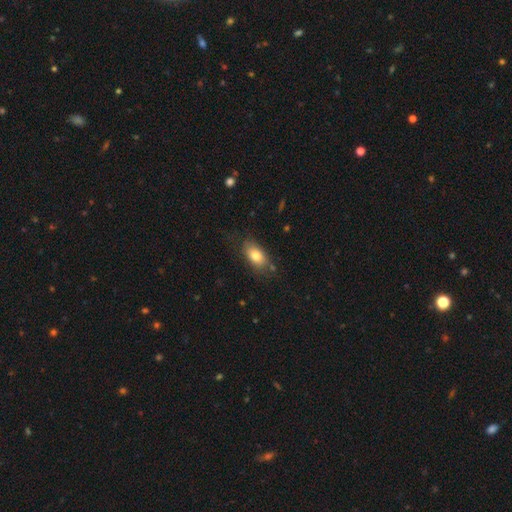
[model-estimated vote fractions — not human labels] Overall: smooth (79%). How rounded: in between (89%). Merging: none (75%).